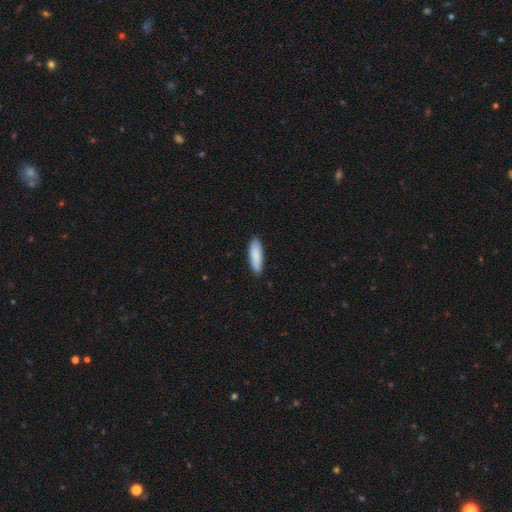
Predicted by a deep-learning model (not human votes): Morphology: type=smooth (88%); roundness=in between (50%); merging=none (87%).